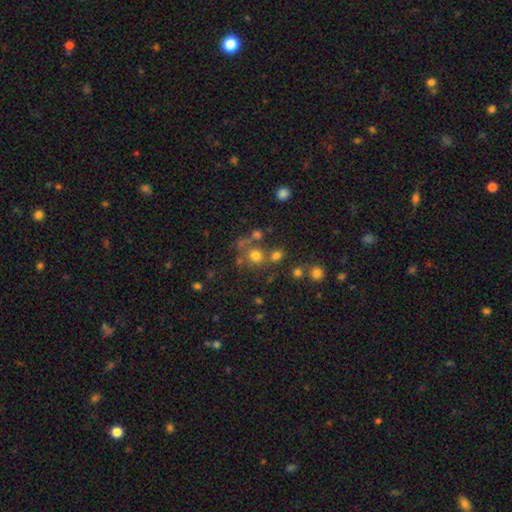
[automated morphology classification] A smooth galaxy with no disk features (69%) that is round (86%). Merging: none (60%).